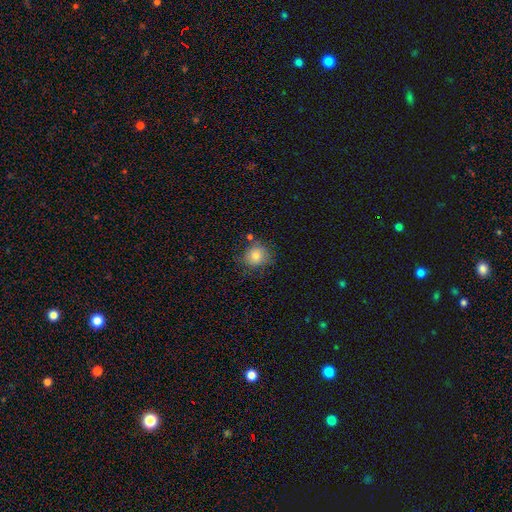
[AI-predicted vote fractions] A smooth galaxy with no disk features (79%) that is round (79%).

Vote fractions:
- Smooth or featured? smooth: 79% / star or artifact: 11% / featured or disk: 10%
- How rounded? round: 79% / in between: 20% / cigar-shaped: 1%
- Merging? none: 68% / minor disturbance: 20% / merger: 6% / major disturbance: 6%